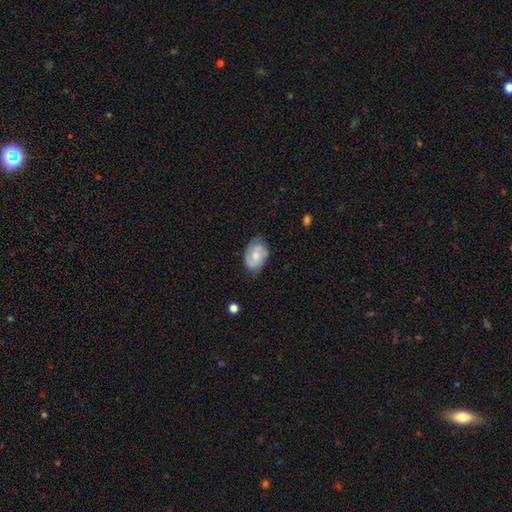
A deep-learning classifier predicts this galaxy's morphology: This is possibly a featured or disk galaxy (53%). It is clearly not viewed edge-on (97%). Bar: possibly no (54%). Spiral arm pattern: clearly yes (87%). Central bulge: possibly moderate (48%). Merging: likely none (73%).